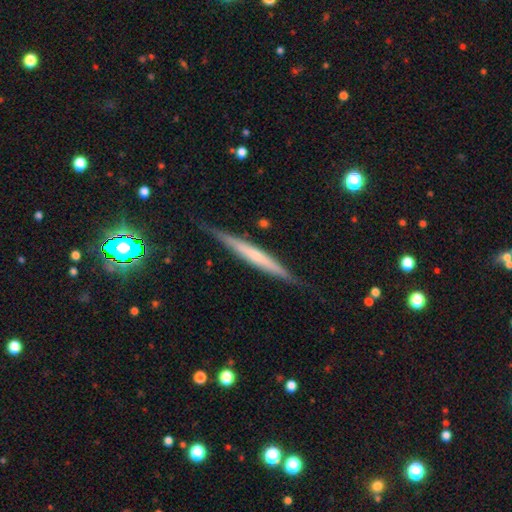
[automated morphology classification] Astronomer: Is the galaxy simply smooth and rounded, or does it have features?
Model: featured or disk — 57% (runner-up: smooth, 36%).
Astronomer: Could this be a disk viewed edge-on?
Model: yes — 96%.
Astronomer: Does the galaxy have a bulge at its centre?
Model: none — 64%.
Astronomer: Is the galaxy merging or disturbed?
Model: none — 85%.